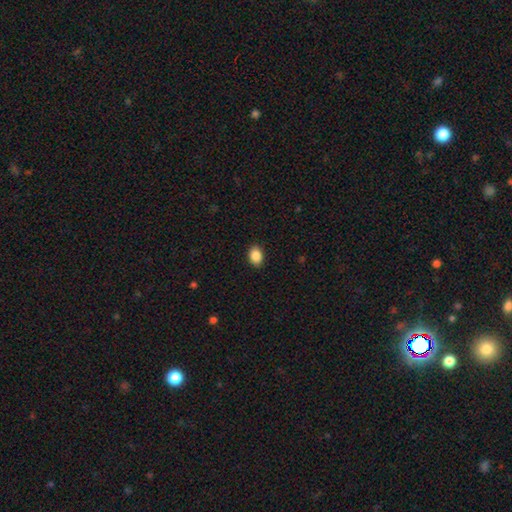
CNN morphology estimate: Q: Smooth or featured?
A: smooth (89%); runner-up: star or artifact (8%)
Q: How rounded?
A: in between (79%); runner-up: round (20%)
Q: Merging?
A: none (89%); runner-up: minor disturbance (8%)